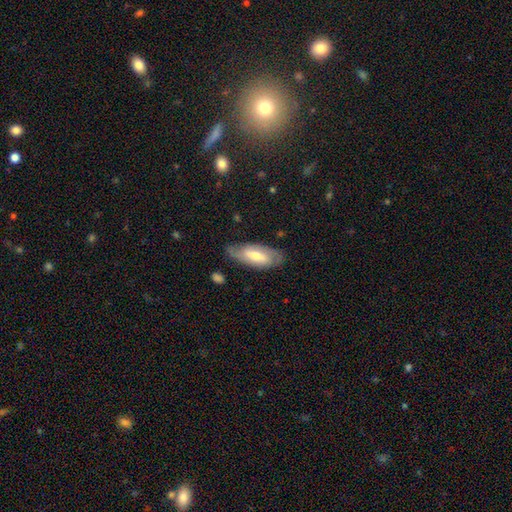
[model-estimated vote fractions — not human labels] A featured or disk galaxy (52%). Merging: none (74%).